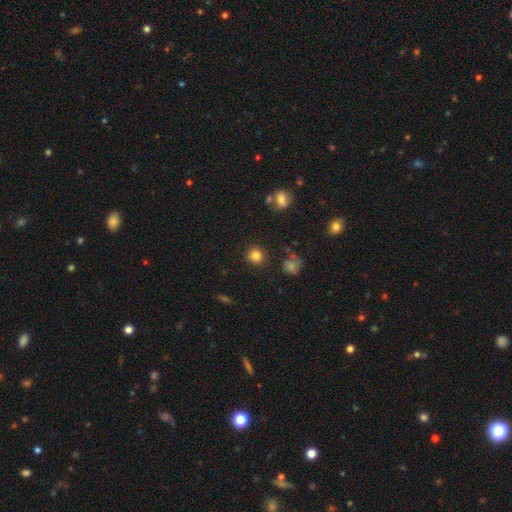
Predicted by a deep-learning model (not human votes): Q: Smooth or featured?
A: smooth (83%); runner-up: star or artifact (12%)
Q: How rounded?
A: round (91%); runner-up: in between (8%)
Q: Merging?
A: none (88%); runner-up: minor disturbance (7%)